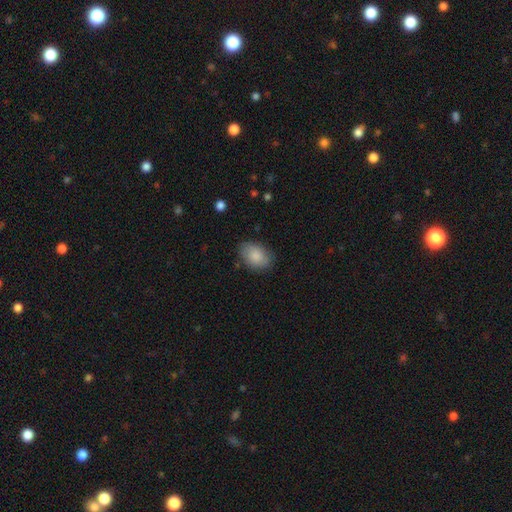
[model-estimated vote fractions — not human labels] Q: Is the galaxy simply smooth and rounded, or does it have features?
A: smooth — 85%.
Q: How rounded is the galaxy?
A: in between — 82%.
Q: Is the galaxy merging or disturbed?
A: none — 79%.